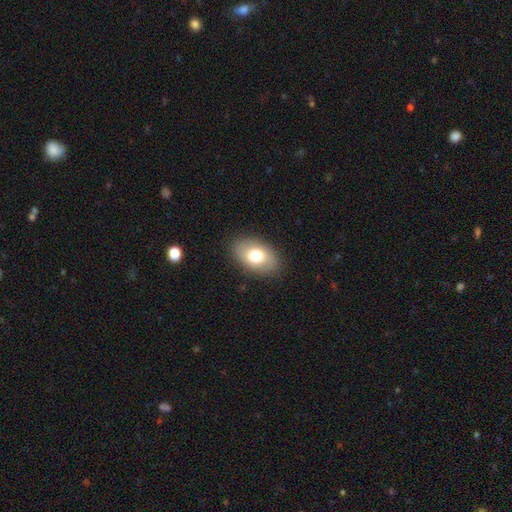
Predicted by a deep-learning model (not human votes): A smooth galaxy with no disk features (73%) that is in between round and cigar-shaped (89%). Merging: none (86%).